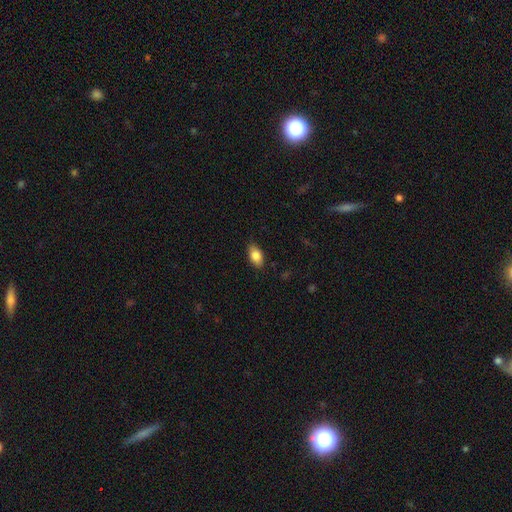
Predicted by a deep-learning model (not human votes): Smooth or featured? smooth (83%)
How rounded? in between (90%)
Merging? none (85%)